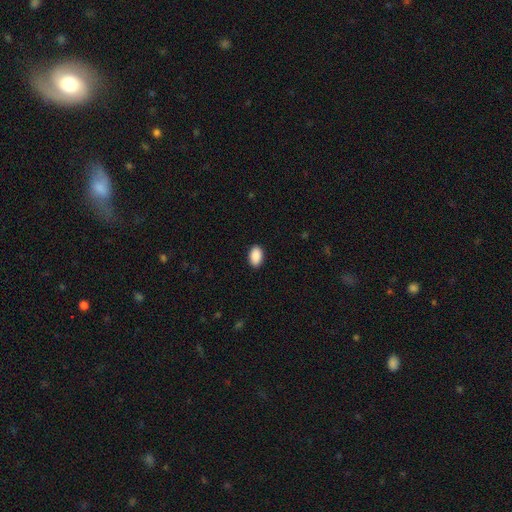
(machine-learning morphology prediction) Smooth or featured?
  - smooth: 91% *
  - star or artifact: 7%
  - featured or disk: 2%
How rounded?
  - in between: 92% *
  - round: 6%
  - cigar-shaped: 1%
Merging?
  - none: 90% *
  - minor disturbance: 7%
  - major disturbance: 2%
  - merger: 1%